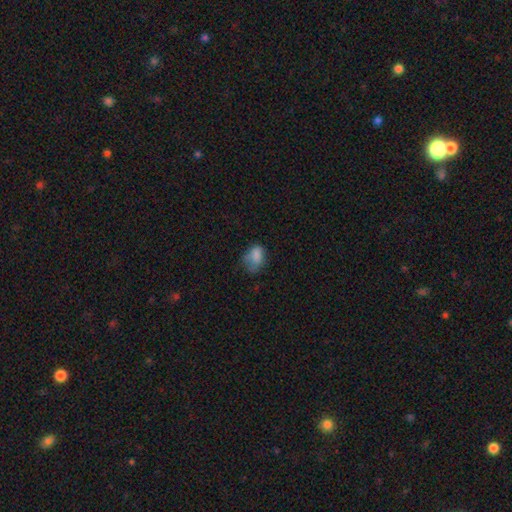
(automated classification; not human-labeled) This is likely a smooth galaxy (78%). How rounded: likely in between (75%). Merging: marginally none (42%).